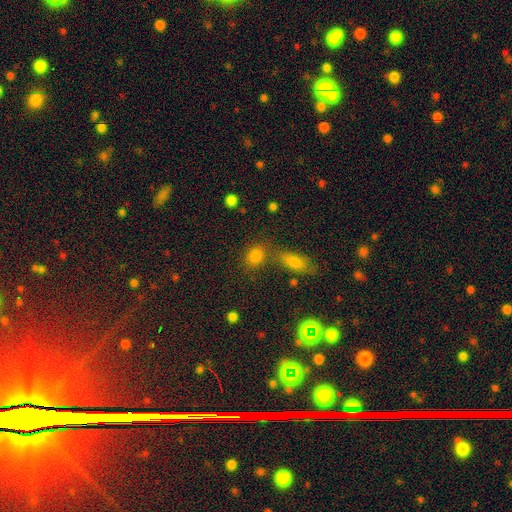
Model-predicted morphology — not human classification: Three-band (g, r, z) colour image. It shows a smooth galaxy with no disk features (81%) that is round (49%). Merging: none (62%).